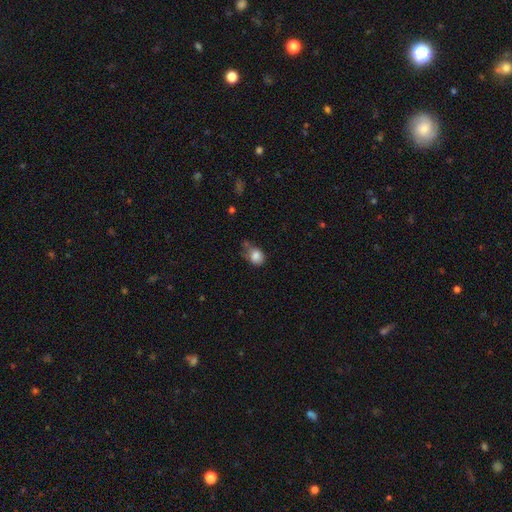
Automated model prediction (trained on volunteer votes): Overall: smooth (83%). How rounded: in between (50%; round 49%). Merging: none (41%; minor disturbance 37%).